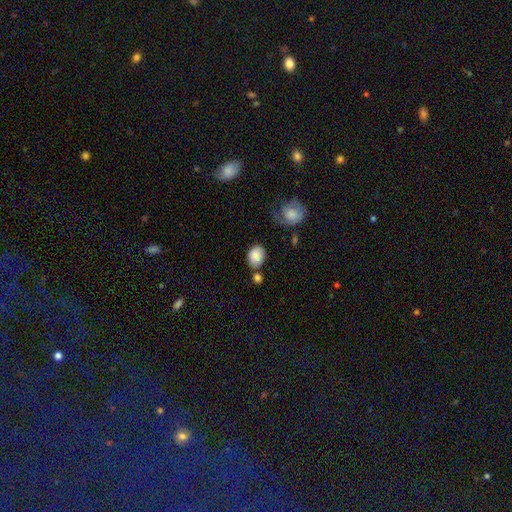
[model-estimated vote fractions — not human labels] smooth-or-featured: smooth: 84% | featured or disk: 9% | star or artifact: 7%
  how-rounded: in between: 57% | round: 42% | cigar-shaped: 1%
  merging: none: 66% | minor disturbance: 18% | merger: 11% | major disturbance: 6%